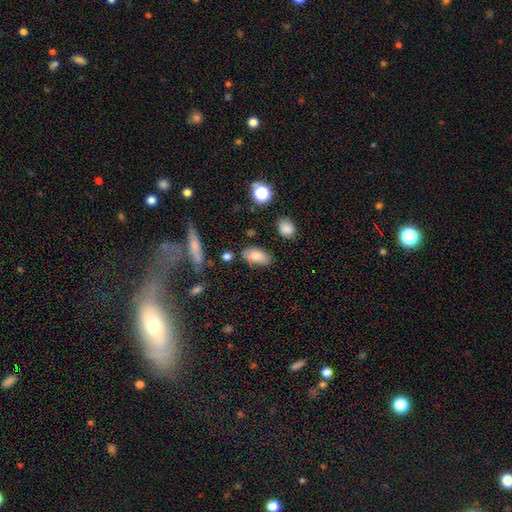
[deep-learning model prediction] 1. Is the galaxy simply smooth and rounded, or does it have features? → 77% smooth, 13% featured or disk, 9% star or artifact.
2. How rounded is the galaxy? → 90% in between, 6% cigar-shaped, 4% round.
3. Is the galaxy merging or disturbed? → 71% none, 18% minor disturbance, 6% merger, 5% major disturbance.